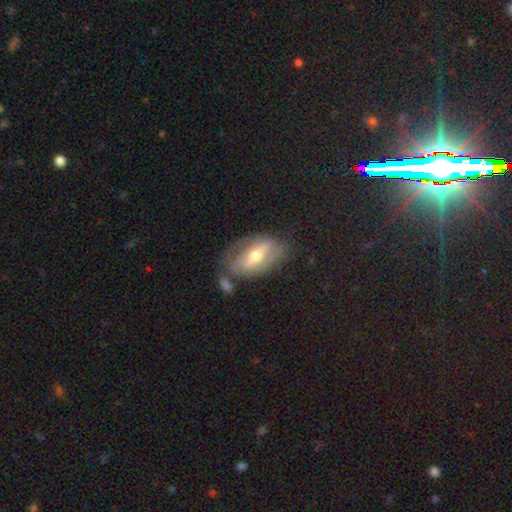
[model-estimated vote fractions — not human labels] featured or disk 66%, smooth 28%, star or artifact 7%. Down the decision tree: edge-on disk — no (84%); bar — strong (51%); spiral arms — yes (60%); bulge size — moderate (69%); merging — none (58%).